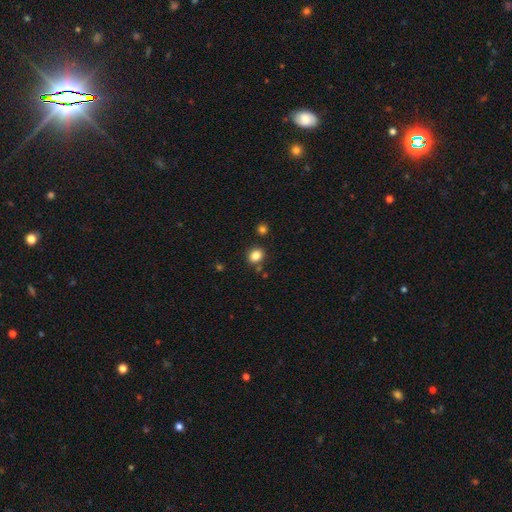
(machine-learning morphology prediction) Smooth or featured: smooth — 84% (star or artifact — 11%)
How rounded: round — 69% (in between — 30%)
Merging: none — 83% (minor disturbance — 9%)